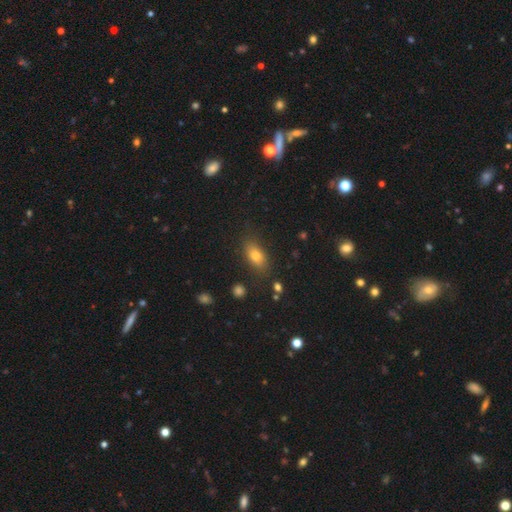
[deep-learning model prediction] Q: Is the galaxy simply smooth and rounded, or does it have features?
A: smooth — 76%.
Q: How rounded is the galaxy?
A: in between — 81%.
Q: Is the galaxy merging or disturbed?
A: none — 80%.